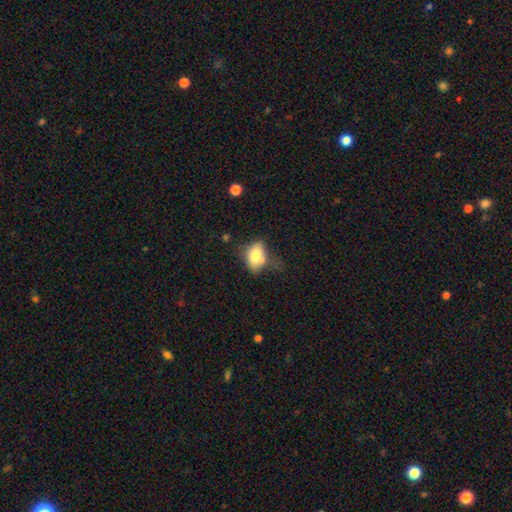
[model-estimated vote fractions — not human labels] A smooth galaxy with no disk features (73%) that is in between round and cigar-shaped (77%).

Vote fractions:
- Smooth or featured? smooth: 73% / featured or disk: 18% / star or artifact: 9%
- How rounded? in between: 77% / round: 21% / cigar-shaped: 2%
- Merging? none: 40% / minor disturbance: 30% / major disturbance: 17% / merger: 13%